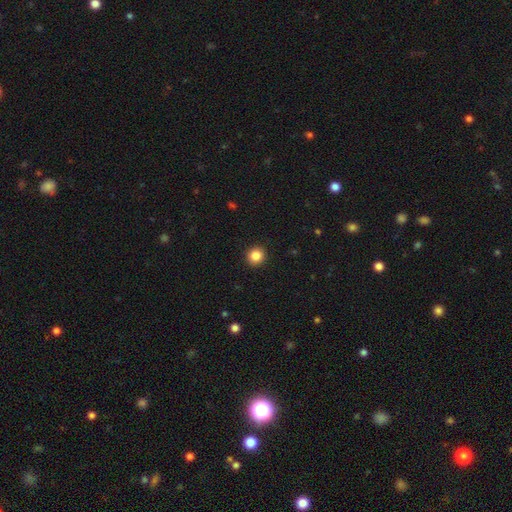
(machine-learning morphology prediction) This appears to be a smooth galaxy with no disk features (86%) that is round (93%). Merging: none (93%).